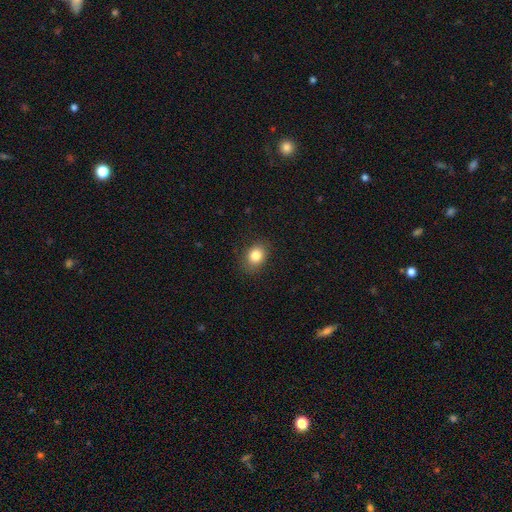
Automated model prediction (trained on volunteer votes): smooth_or_featured: smooth (p=0.84) [alt: star or artifact p=0.10]
how_rounded: in between (p=0.53) [alt: round p=0.46]
merging: none (p=0.85) [alt: minor disturbance p=0.11]